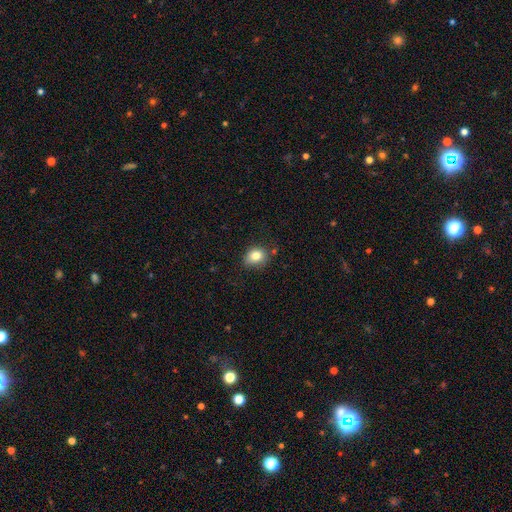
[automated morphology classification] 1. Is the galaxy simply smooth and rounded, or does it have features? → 82% smooth, 10% star or artifact, 8% featured or disk.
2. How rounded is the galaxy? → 53% round, 46% in between, 1% cigar-shaped.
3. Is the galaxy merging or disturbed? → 74% none, 19% minor disturbance, 4% major disturbance, 3% merger.